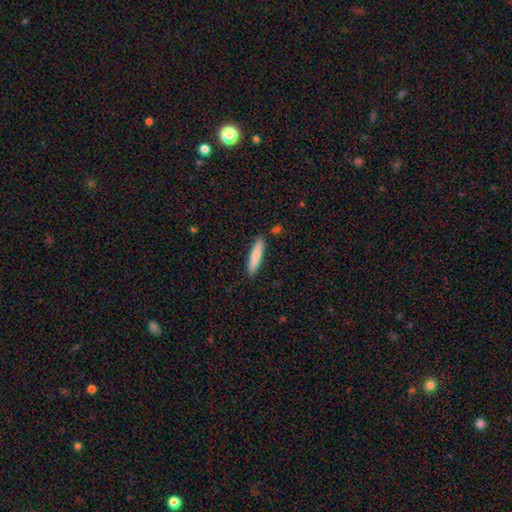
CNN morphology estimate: type=smooth (77%); roundness=cigar-shaped (87%); merging=none (87%).